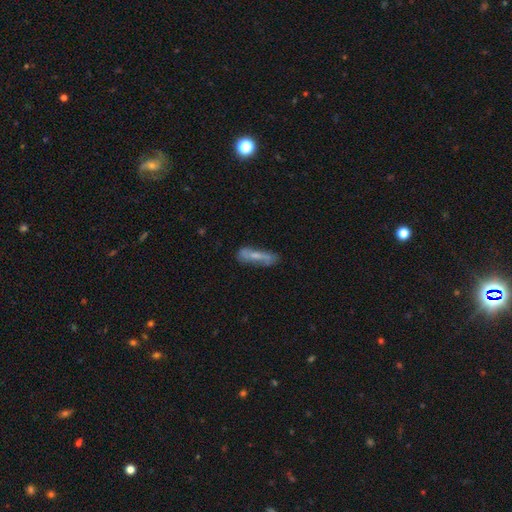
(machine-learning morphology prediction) Smooth or featured?
  - smooth: 46% *
  - featured or disk: 45%
  - star or artifact: 9%
Merging?
  - none: 60% *
  - minor disturbance: 24%
  - major disturbance: 11%
  - merger: 5%